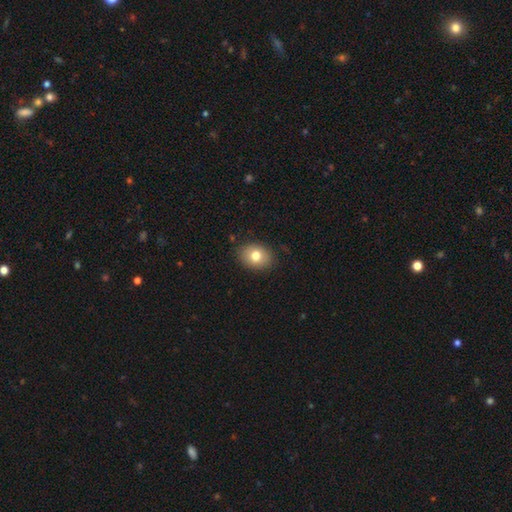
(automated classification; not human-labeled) A smooth galaxy with no disk features (77%) that is in between round and cigar-shaped (61%). Merging: none (86%).